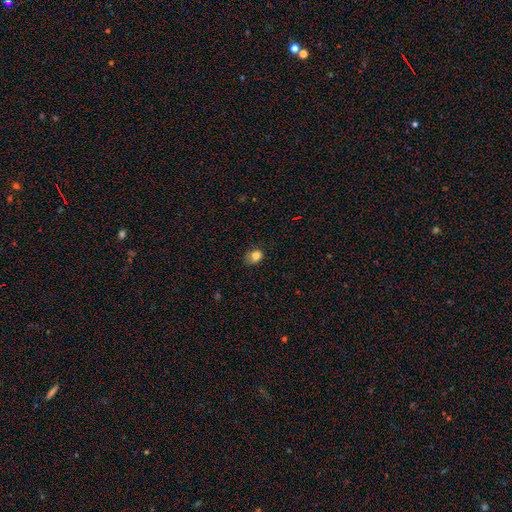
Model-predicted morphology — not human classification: smooth 82%, star or artifact 11%, featured or disk 7%. Down the decision tree: how rounded — in between (55%); merging — none (59%).